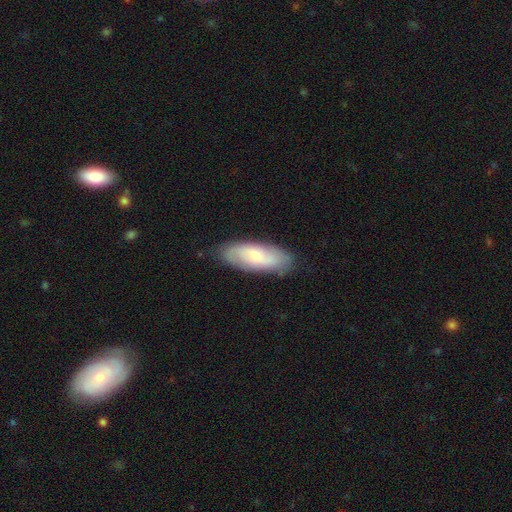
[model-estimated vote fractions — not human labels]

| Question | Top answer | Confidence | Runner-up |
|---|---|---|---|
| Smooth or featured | smooth | 48% | featured or disk (46%) |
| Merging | none | 81% | minor disturbance (15%) |